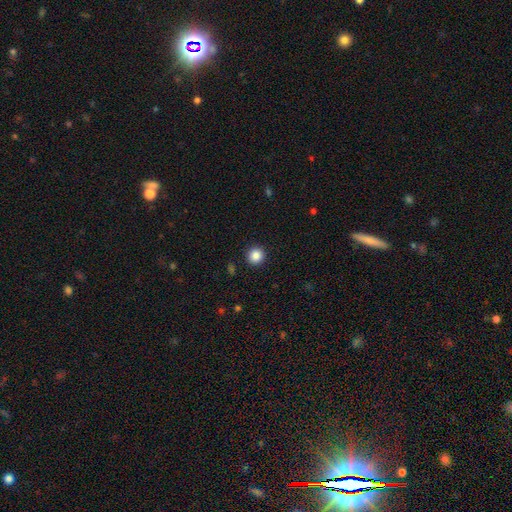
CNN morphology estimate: smooth 86%, star or artifact 10%, featured or disk 3%. Down the decision tree: how rounded — round (94%); merging — none (93%).